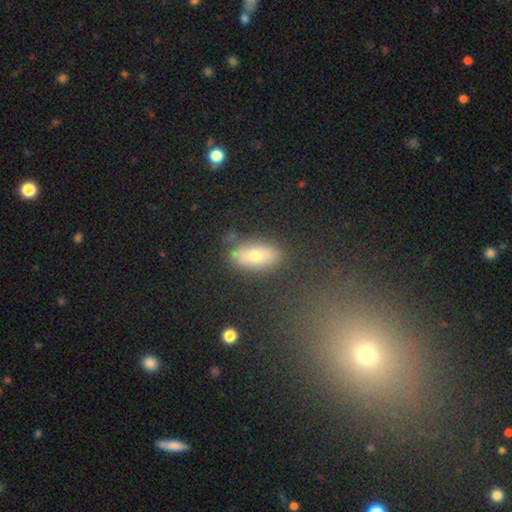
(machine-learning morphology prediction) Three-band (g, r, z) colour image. It shows a smooth galaxy with no disk features (58%) that is in between round and cigar-shaped (82%). Merging: none (82%).